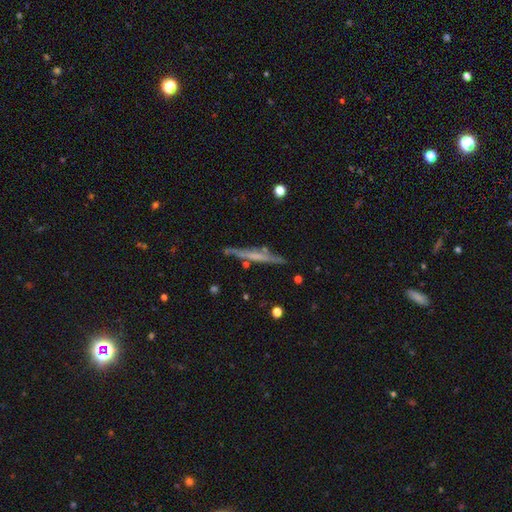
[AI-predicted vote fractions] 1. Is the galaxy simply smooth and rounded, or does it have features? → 59% featured or disk, 34% smooth, 6% star or artifact.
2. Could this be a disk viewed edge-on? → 94% yes, 6% no.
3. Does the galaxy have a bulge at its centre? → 69% none, 18% rounded, 14% boxy.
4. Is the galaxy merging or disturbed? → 81% none, 13% minor disturbance, 3% merger, 3% major disturbance.